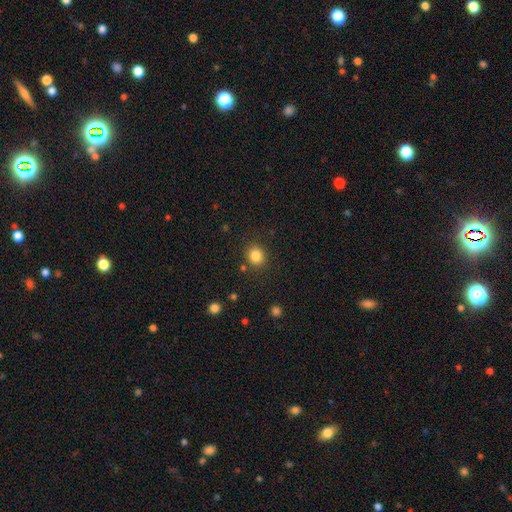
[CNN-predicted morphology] Smooth or featured: smooth — 84% (star or artifact — 11%)
How rounded: round — 77% (in between — 22%)
Merging: none — 86% (minor disturbance — 8%)